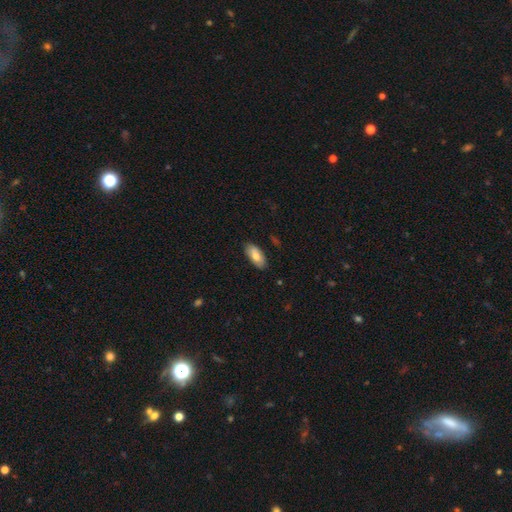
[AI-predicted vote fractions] Smooth or featured? smooth (76%)
How rounded? in between (89%)
Merging? none (84%)